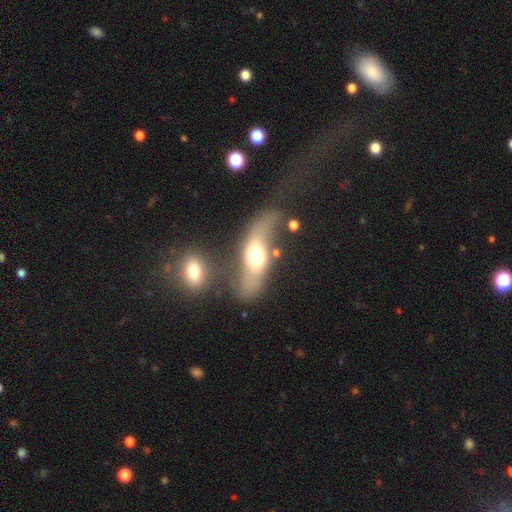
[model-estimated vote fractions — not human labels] This is possibly a featured or disk galaxy (49%). Merging: marginally none (43%).